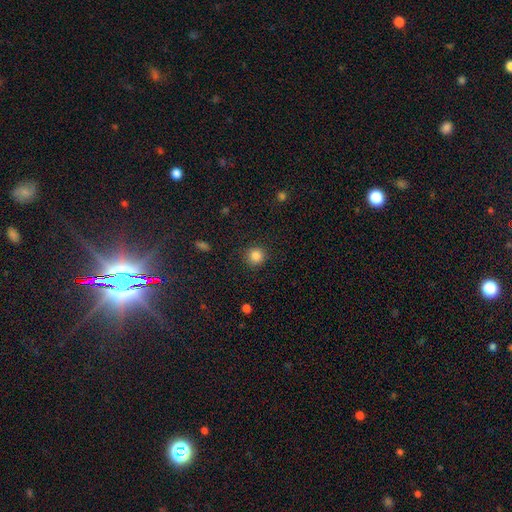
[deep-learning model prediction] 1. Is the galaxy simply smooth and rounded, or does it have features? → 86% smooth, 10% star or artifact, 4% featured or disk.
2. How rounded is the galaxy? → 93% round, 6% in between, 1% cigar-shaped.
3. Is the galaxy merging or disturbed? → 89% none, 7% minor disturbance, 3% major disturbance, 1% merger.